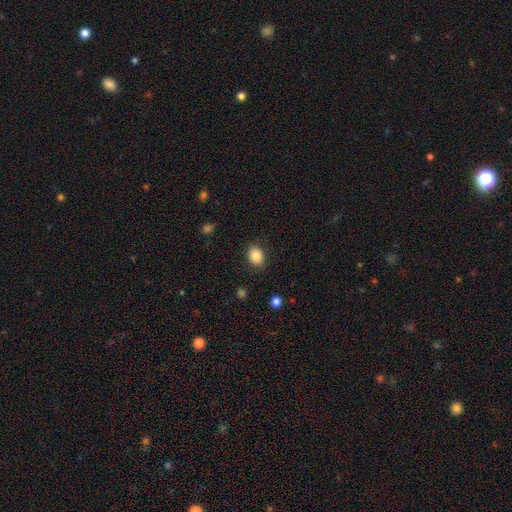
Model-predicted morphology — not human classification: smooth_or_featured: smooth (p=0.86) [alt: star or artifact p=0.09]
how_rounded: in between (p=0.61) [alt: round p=0.38]
merging: none (p=0.87) [alt: minor disturbance p=0.09]